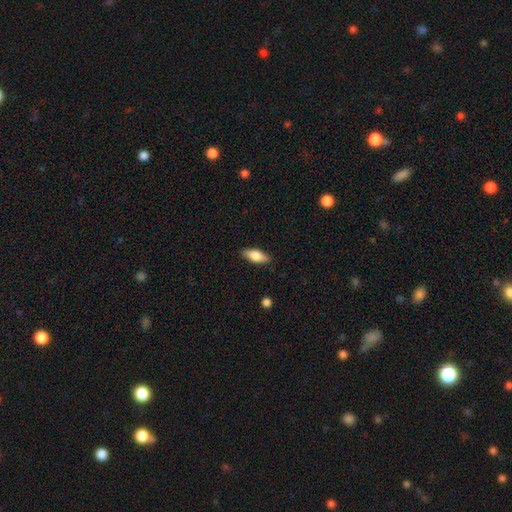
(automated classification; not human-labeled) Morphology: type=smooth (74%); roundness=in between (76%); merging=none (88%).